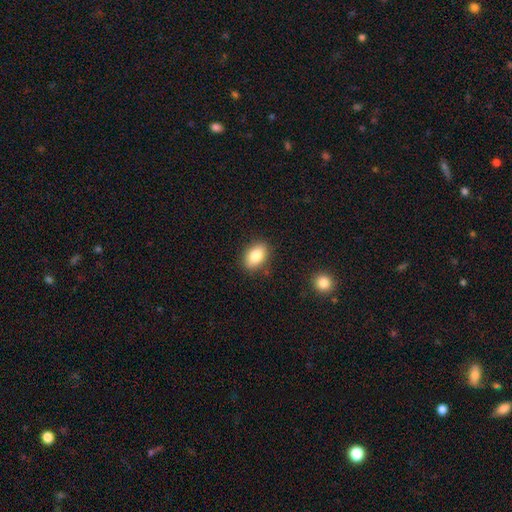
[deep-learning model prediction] Smooth or featured: smooth — 84% (featured or disk — 8%)
How rounded: in between — 86% (round — 12%)
Merging: none — 86% (minor disturbance — 10%)